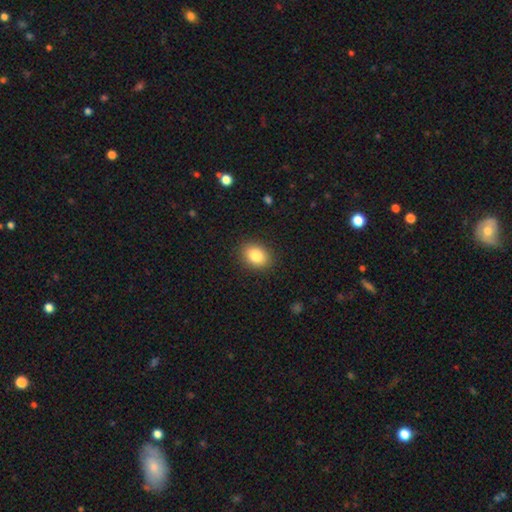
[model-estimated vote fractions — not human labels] A smooth galaxy with no disk features (85%) that is in between round and cigar-shaped (70%). Merging: none (89%).